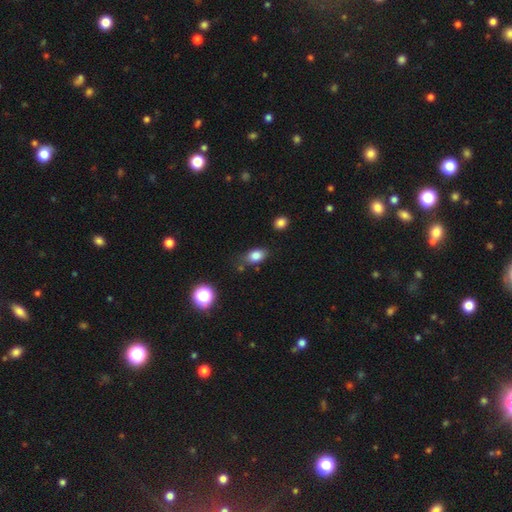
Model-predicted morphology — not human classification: smooth-or-featured: smooth: 83% | star or artifact: 10% | featured or disk: 7%
  how-rounded: in between: 84% | round: 14% | cigar-shaped: 3%
  merging: none: 72% | minor disturbance: 19% | major disturbance: 5% | merger: 4%